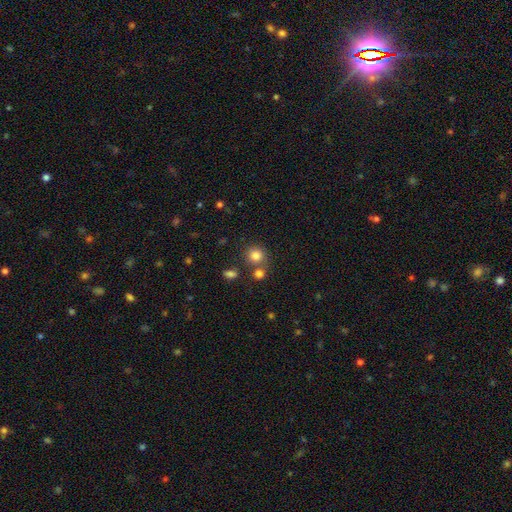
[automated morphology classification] The model was most divided on "merging": none: 66%, merger: 21%, minor disturbance: 9%, major disturbance: 4%. More confident: how rounded — round (87%); smooth or featured — smooth (82%).